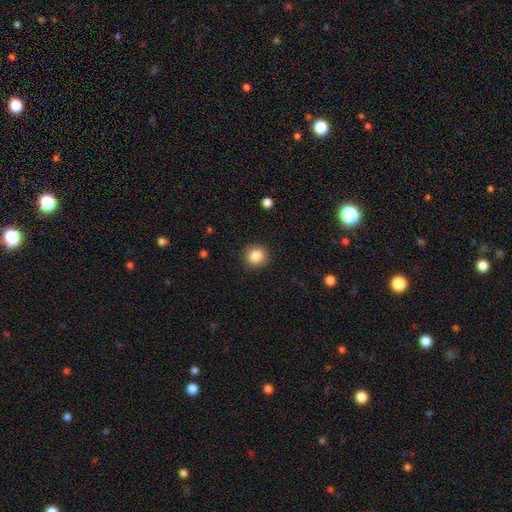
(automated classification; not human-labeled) smooth-or-featured: smooth: 86% | star or artifact: 10% | featured or disk: 5%
  how-rounded: round: 90% | in between: 9% | cigar-shaped: 1%
  merging: none: 90% | minor disturbance: 6% | major disturbance: 2% | merger: 1%